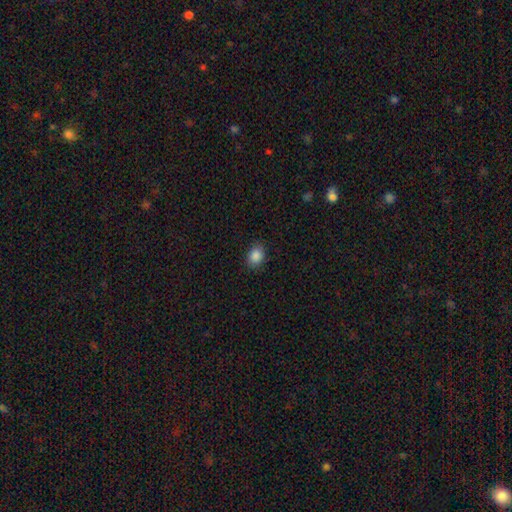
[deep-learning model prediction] Smooth or featured? smooth (87%)
How rounded? in between (56%)
Merging? none (86%)